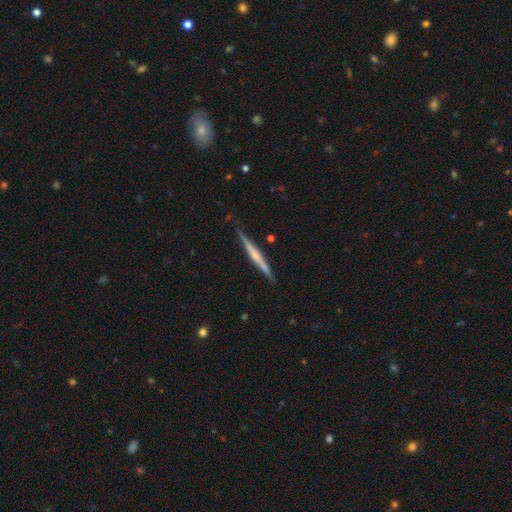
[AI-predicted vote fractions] smooth_or_featured: featured or disk (p=0.64) [alt: smooth p=0.31]
disk_edge_on: yes (p=0.98) [alt: no p=0.02]
edge_on_bulge: none (p=0.50) [alt: rounded p=0.38]
merging: none (p=0.86) [alt: minor disturbance p=0.11]